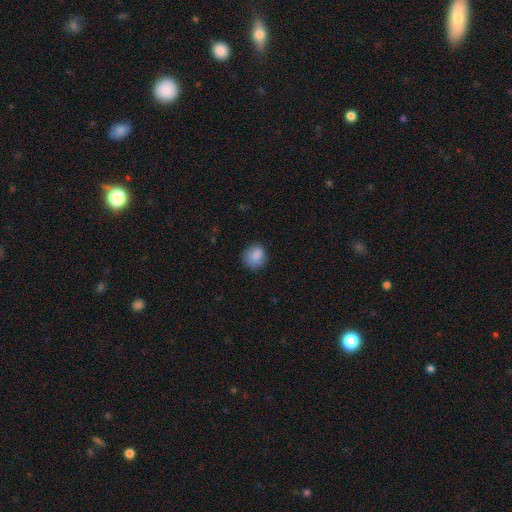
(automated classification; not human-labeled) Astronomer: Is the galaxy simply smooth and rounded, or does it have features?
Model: smooth — 86%.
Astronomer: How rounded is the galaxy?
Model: round — 76%.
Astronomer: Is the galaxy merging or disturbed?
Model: none — 78%.